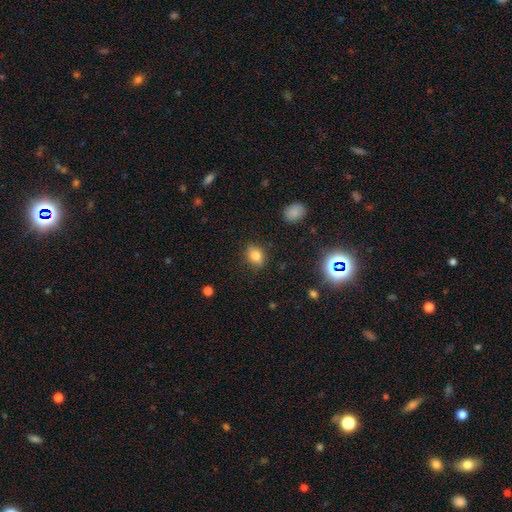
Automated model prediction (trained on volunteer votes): Morphology: type=smooth (79%); roundness=in between (64%); merging=none (84%).